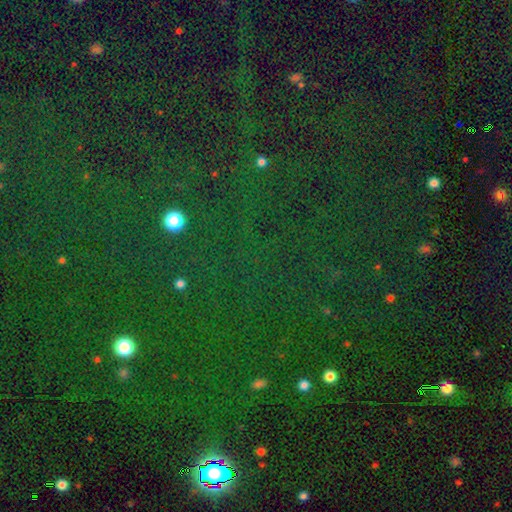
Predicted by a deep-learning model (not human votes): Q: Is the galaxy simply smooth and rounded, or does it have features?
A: star or artifact — 80%.